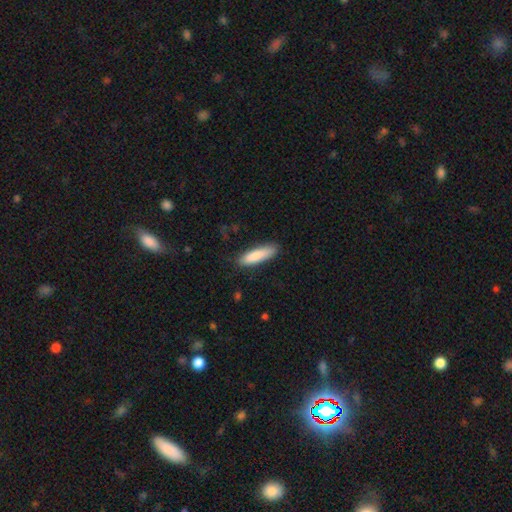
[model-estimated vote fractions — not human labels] Overall: smooth (84%). How rounded: cigar-shaped (70%). Merging: none (84%).